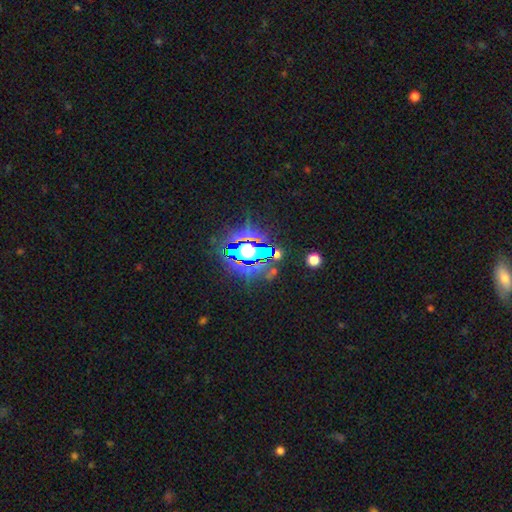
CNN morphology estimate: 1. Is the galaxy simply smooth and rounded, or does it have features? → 64% star or artifact, 19% smooth, 17% featured or disk.